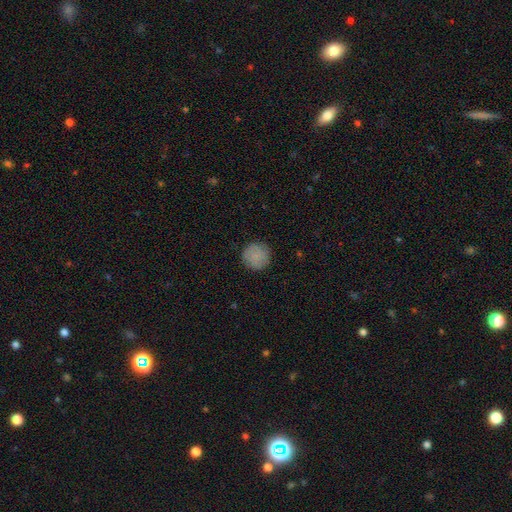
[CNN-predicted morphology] Smooth or featured? smooth (85%)
How rounded? round (95%)
Merging? none (88%)